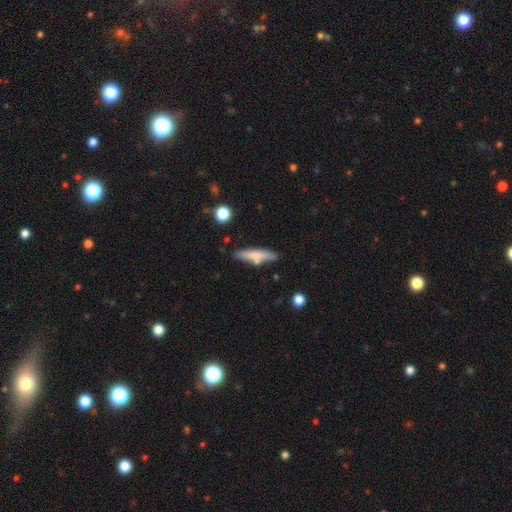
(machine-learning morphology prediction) Smooth or featured?
  - smooth: 69% *
  - featured or disk: 25%
  - star or artifact: 6%
How rounded?
  - cigar-shaped: 80% *
  - in between: 18%
  - round: 2%
Merging?
  - none: 76% *
  - minor disturbance: 14%
  - merger: 7%
  - major disturbance: 3%